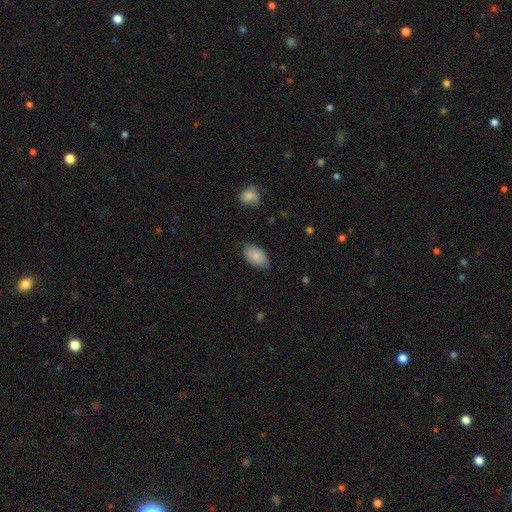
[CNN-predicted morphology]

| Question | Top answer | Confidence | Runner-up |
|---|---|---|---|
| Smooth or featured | smooth | 87% | featured or disk (7%) |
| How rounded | in between | 94% | round (5%) |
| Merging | none | 81% | minor disturbance (15%) |